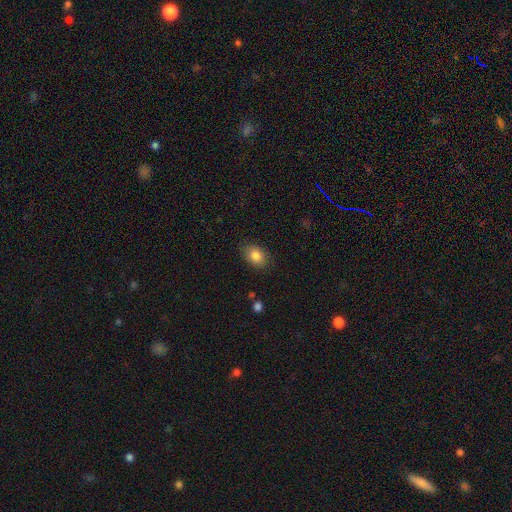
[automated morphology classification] Smooth or featured? Predicted: smooth (p=0.84). How rounded? Predicted: in between (p=0.76). Merging? Predicted: none (p=0.82).